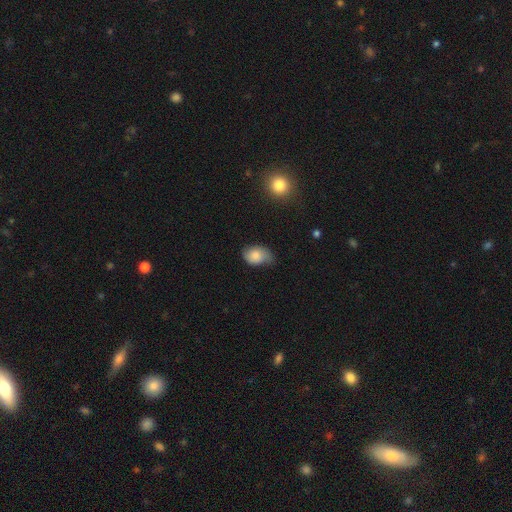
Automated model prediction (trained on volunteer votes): Morphology: type=smooth (79%); roundness=in between (78%); merging=minor disturbance (44%).